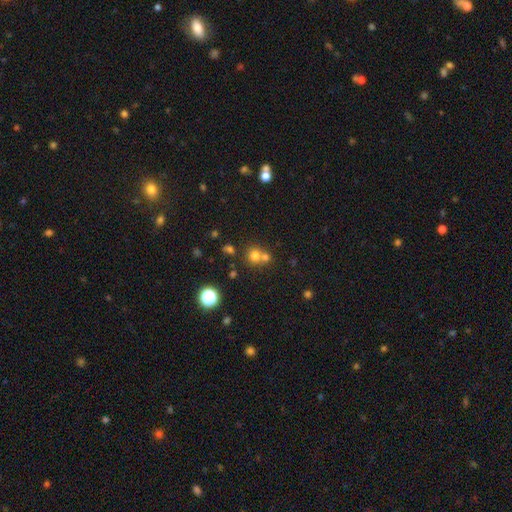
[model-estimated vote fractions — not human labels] A smooth galaxy with no disk features (69%) that is round (88%).

Vote fractions:
- Smooth or featured? smooth: 69% / star or artifact: 21% / featured or disk: 10%
- How rounded? round: 88% / in between: 11% / cigar-shaped: 1%
- Merging? none: 49% / merger: 44% / minor disturbance: 5% / major disturbance: 2%